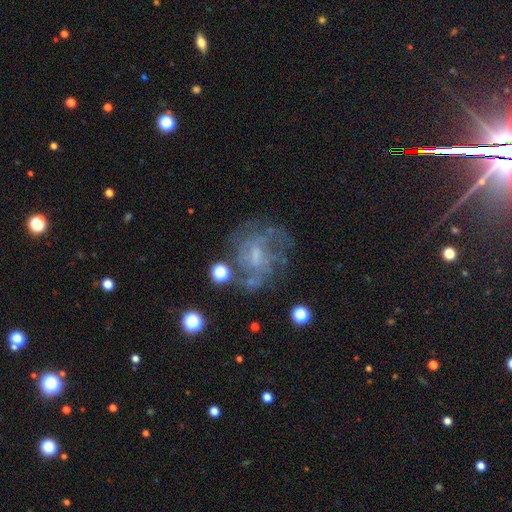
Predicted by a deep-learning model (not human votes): A featured or disk galaxy (69%) with a weak bar (46%), spiral arms (73%) and a small central bulge (49%).

Vote fractions:
- Smooth or featured? featured or disk: 69% / smooth: 17% / star or artifact: 14%
- Edge-on disk? no: 97% / yes: 3%
- Bar? weak: 46% / no: 45% / strong: 9%
- Spiral arms? yes: 73% / no: 27%
- Bulge size? small: 49% / moderate: 25% / none: 23% / large: 2% / dominant: 1%
- Merging? none: 60% / minor disturbance: 18% / major disturbance: 16% / merger: 5%